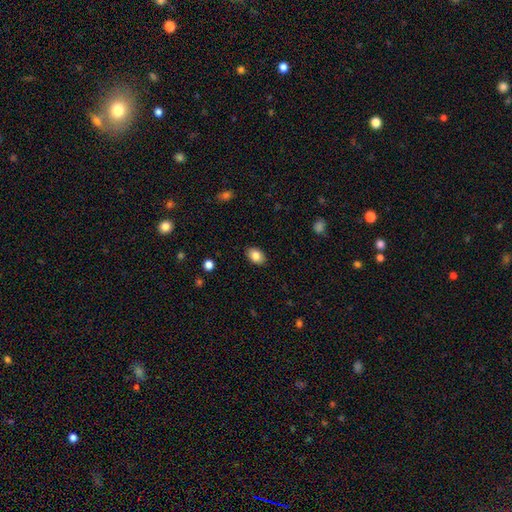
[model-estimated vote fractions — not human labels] smooth-or-featured: smooth: 84% | star or artifact: 8% | featured or disk: 8%
  how-rounded: in between: 83% | round: 16% | cigar-shaped: 1%
  merging: none: 87% | minor disturbance: 9% | major disturbance: 2% | merger: 1%